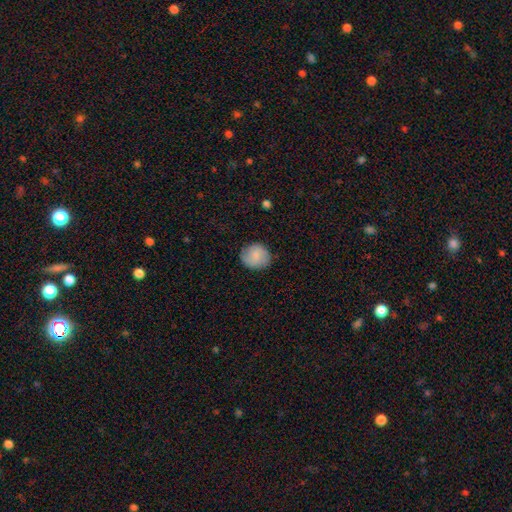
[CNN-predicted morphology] smooth-or-featured: smooth: 80% | featured or disk: 13% | star or artifact: 7%
  how-rounded: round: 83% | in between: 16% | cigar-shaped: 1%
  merging: none: 83% | minor disturbance: 13% | major disturbance: 3% | merger: 1%